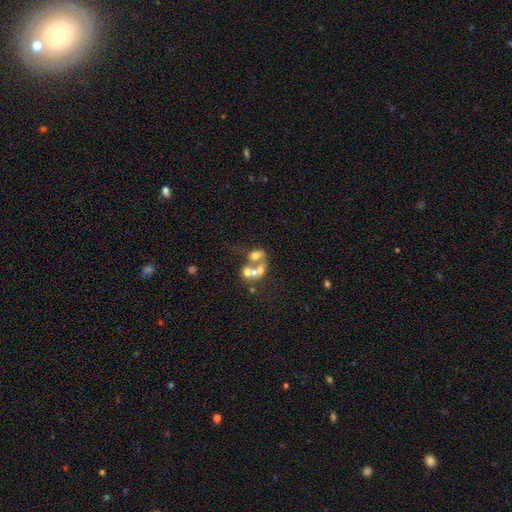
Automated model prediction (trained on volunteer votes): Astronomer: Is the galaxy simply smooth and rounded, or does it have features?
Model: smooth — 46% (runner-up: featured or disk, 40%).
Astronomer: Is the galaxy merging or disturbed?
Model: merger — 65%.